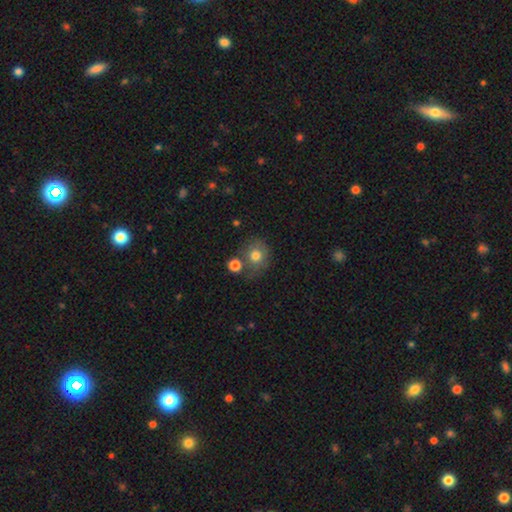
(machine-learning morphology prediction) A smooth galaxy with no disk features (77%) that is round (83%).

Vote fractions:
- Smooth or featured? smooth: 77% / featured or disk: 13% / star or artifact: 10%
- How rounded? round: 83% / in between: 16% / cigar-shaped: 1%
- Merging? none: 60% / merger: 18% / minor disturbance: 16% / major disturbance: 6%